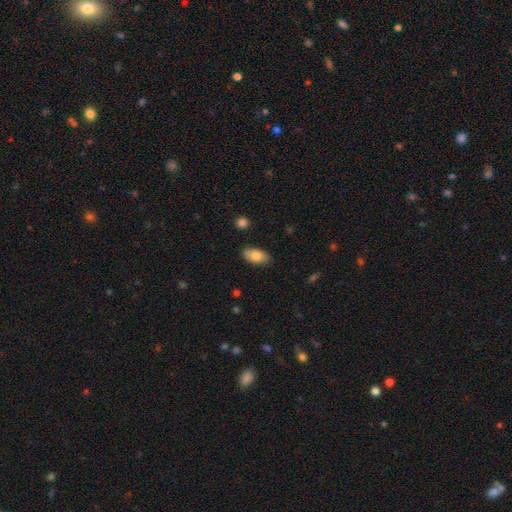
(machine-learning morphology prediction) A smooth galaxy with no disk features (82%) that is in between round and cigar-shaped (92%).

Vote fractions:
- Smooth or featured? smooth: 82% / featured or disk: 11% / star or artifact: 7%
- How rounded? in between: 92% / cigar-shaped: 4% / round: 4%
- Merging? none: 80% / minor disturbance: 15% / major disturbance: 3% / merger: 2%